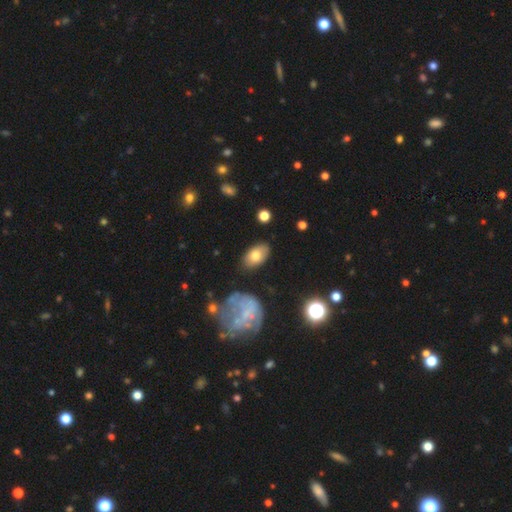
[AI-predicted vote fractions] Overall: smooth (72%). How rounded: in between (91%). Merging: none (81%).